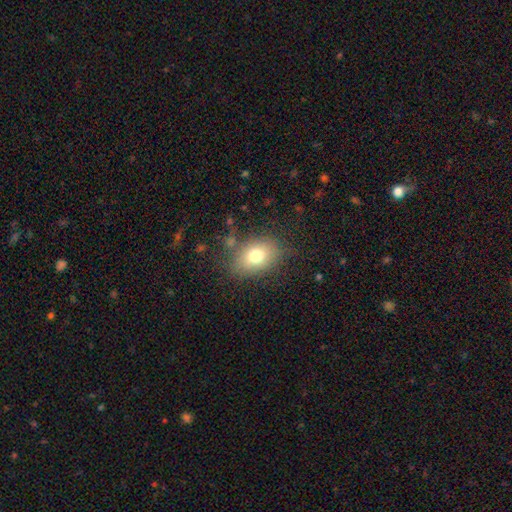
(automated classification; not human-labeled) A smooth galaxy with no disk features (75%) that is in between round and cigar-shaped (74%). Merging: none (76%).